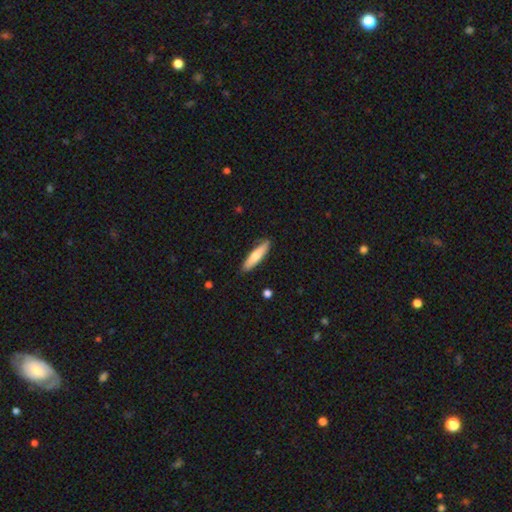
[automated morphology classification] Overall: smooth (69%). How rounded: cigar-shaped (80%). Merging: none (88%).